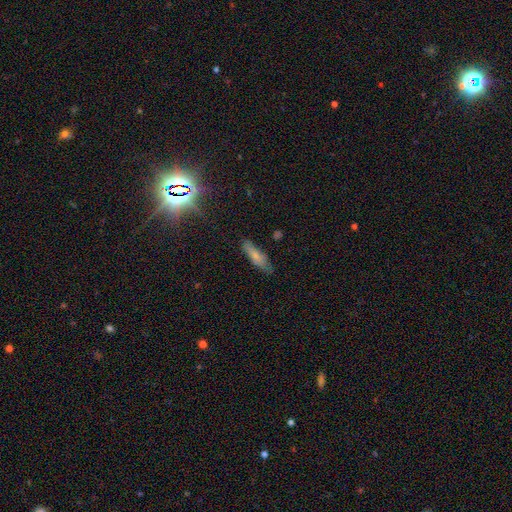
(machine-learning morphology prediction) A smooth galaxy with no disk features (69%) that is cigar-shaped (62%).

Vote fractions:
- Smooth or featured? smooth: 69% / featured or disk: 22% / star or artifact: 10%
- How rounded? cigar-shaped: 62% / in between: 36% / round: 2%
- Merging? none: 77% / minor disturbance: 18% / major disturbance: 4% / merger: 2%